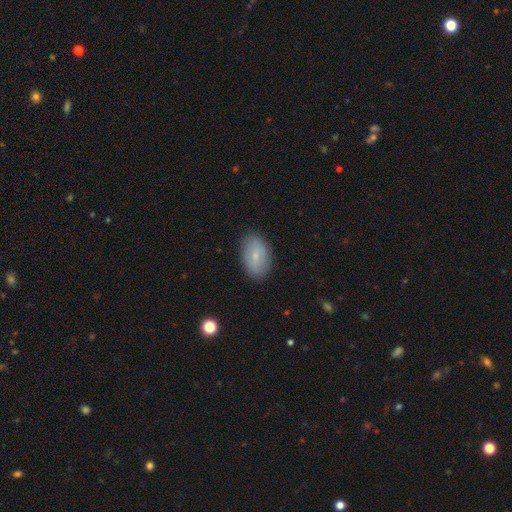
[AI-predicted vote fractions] smooth-or-featured: smooth: 72% | featured or disk: 20% | star or artifact: 8%
  how-rounded: in between: 91% | round: 7% | cigar-shaped: 2%
  merging: none: 85% | minor disturbance: 11% | major disturbance: 3% | merger: 1%